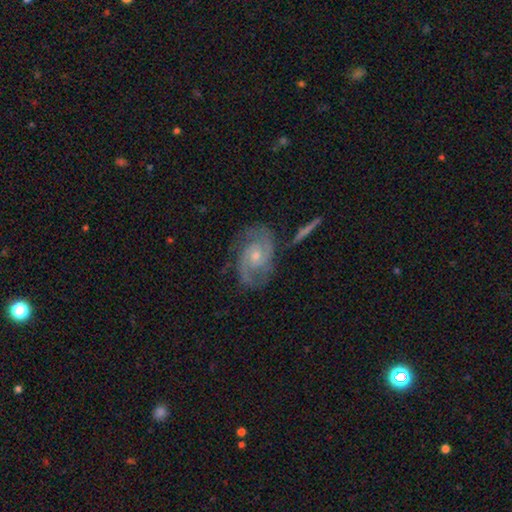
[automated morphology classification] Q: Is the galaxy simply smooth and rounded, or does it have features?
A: featured or disk — 88%.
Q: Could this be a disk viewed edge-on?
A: no — 97%.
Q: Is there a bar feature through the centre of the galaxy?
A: no — 62%.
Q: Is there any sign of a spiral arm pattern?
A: yes — 97%.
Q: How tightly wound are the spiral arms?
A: medium — 48%.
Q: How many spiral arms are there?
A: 2 — 79%.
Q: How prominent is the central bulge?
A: small — 56%.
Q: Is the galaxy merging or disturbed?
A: none — 77%.